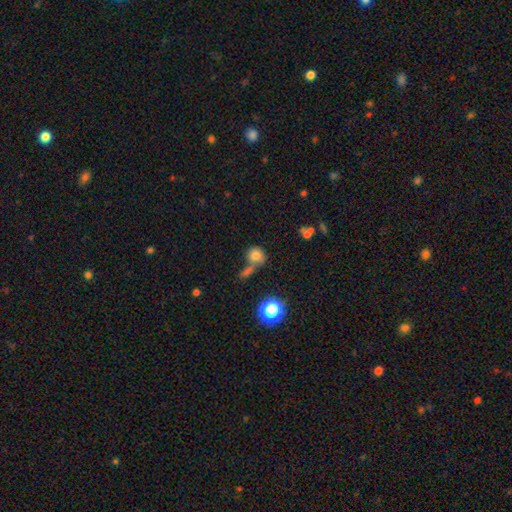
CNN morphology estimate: This is likely a smooth galaxy (76%). How rounded: clearly round (81%). Merging: possibly none (50%).